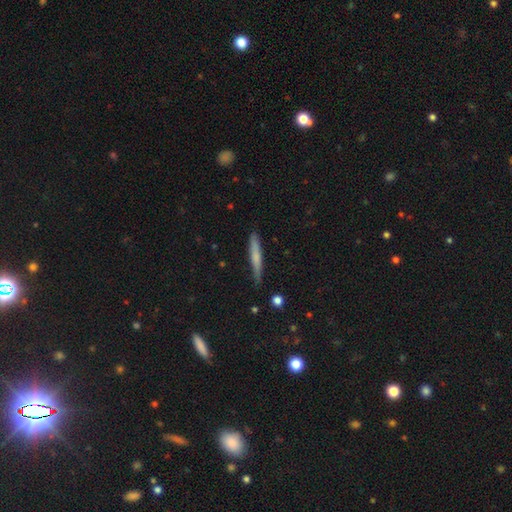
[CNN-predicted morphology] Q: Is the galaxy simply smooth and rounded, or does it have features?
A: smooth — 60%.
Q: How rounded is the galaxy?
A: cigar-shaped — 95%.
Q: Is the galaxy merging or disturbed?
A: none — 82%.